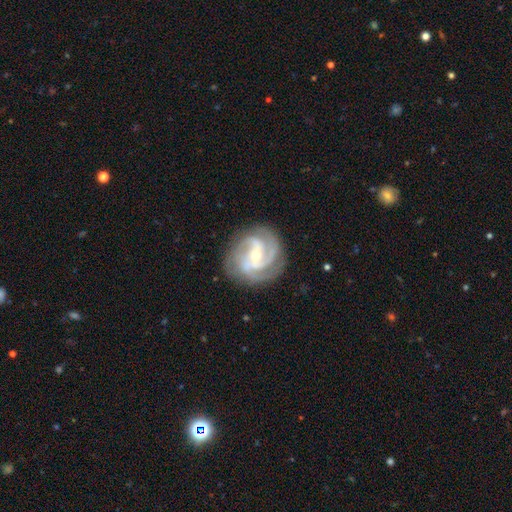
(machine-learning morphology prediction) A featured or disk galaxy (91%) with a weak bar (41%), 3 (61%) tight (46%, tied with medium) spiral arms (98%) and a small central bulge (54%). Merging: none (81%).